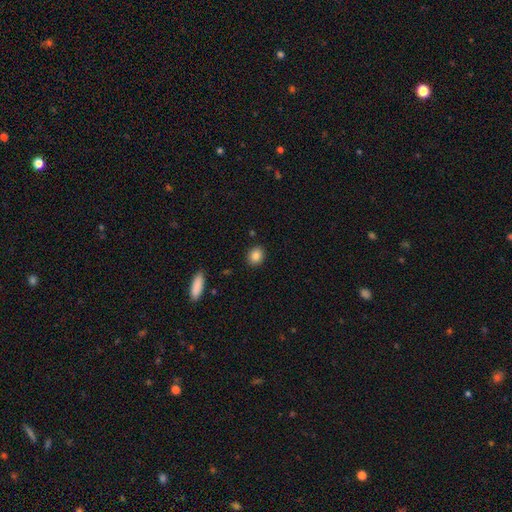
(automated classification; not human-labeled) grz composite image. It shows a smooth galaxy with no disk features (86%) that is round (61%). Merging: none (89%).